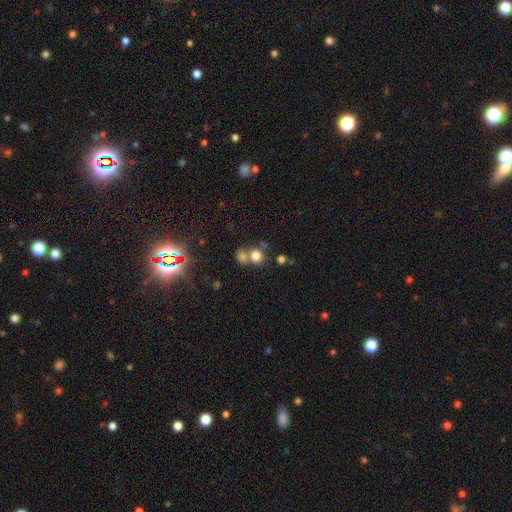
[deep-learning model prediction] Overall: smooth (76%). How rounded: round (80%). Merging: none (47%; merger 41%).